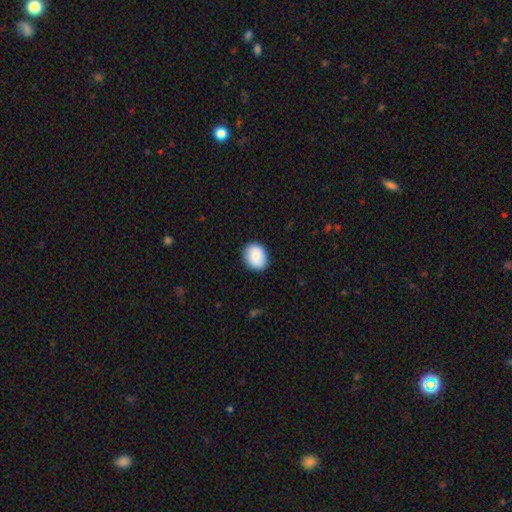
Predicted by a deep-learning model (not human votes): smooth 83%, featured or disk 11%, star or artifact 7%. Down the decision tree: how rounded — round (55%); merging — none (86%).